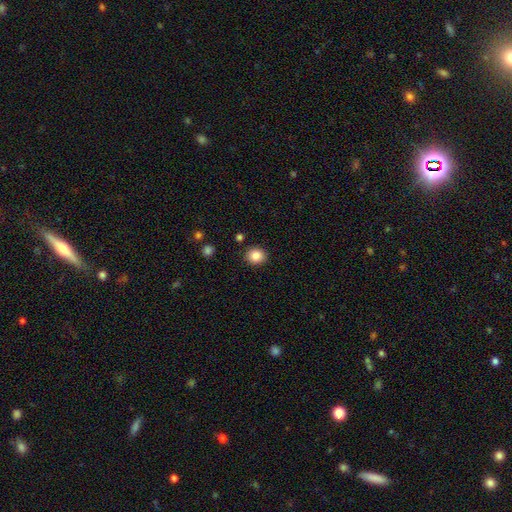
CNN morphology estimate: Smooth or featured?
  - smooth: 85% *
  - star or artifact: 10%
  - featured or disk: 5%
How rounded?
  - round: 80% *
  - in between: 19%
  - cigar-shaped: 1%
Merging?
  - none: 90% *
  - minor disturbance: 6%
  - major disturbance: 2%
  - merger: 2%